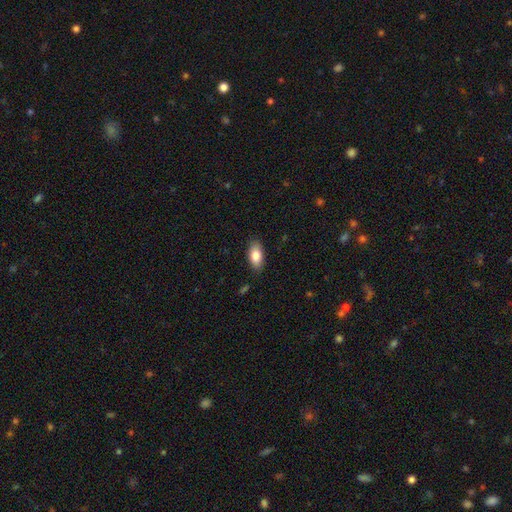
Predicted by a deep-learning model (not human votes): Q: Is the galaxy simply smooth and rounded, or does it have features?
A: smooth — 82%.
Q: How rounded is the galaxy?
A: in between — 91%.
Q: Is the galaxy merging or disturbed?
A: none — 87%.